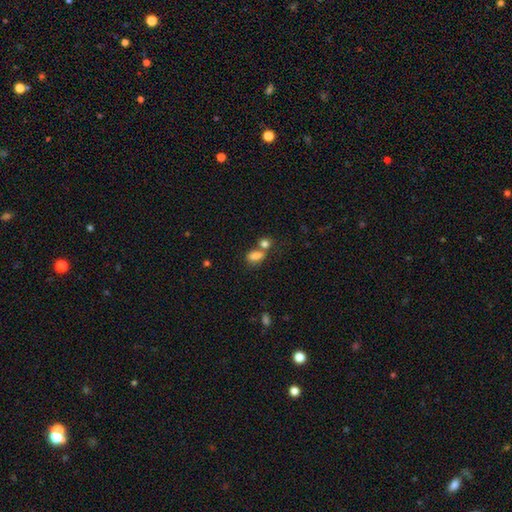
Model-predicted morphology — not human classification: A smooth galaxy with no disk features (81%) that is in between round and cigar-shaped (80%). Merging: none (41%).